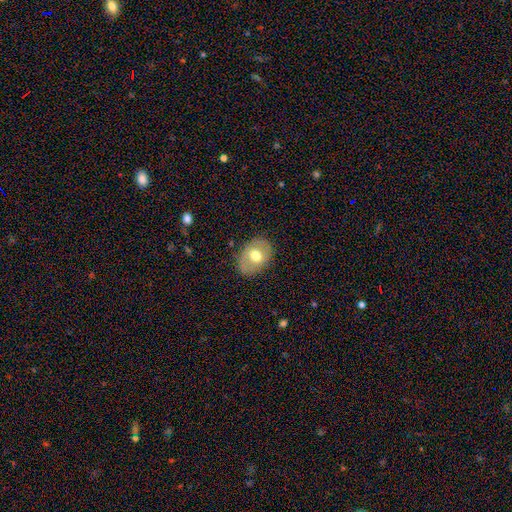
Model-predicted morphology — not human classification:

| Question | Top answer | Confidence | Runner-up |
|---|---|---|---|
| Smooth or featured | smooth | 59% | featured or disk (34%) |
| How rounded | in between | 68% | round (31%) |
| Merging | none | 81% | minor disturbance (14%) |